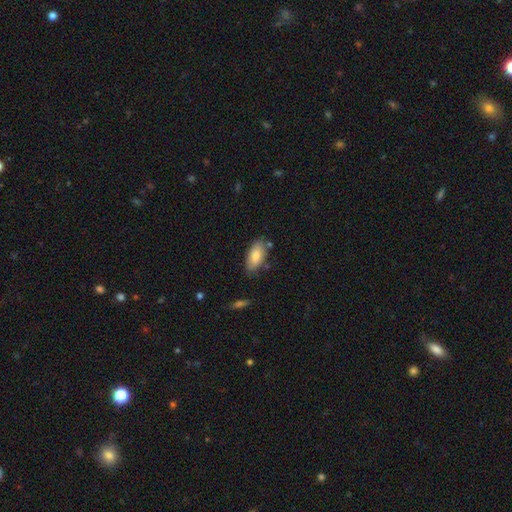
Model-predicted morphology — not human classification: This appears to be a smooth galaxy with no disk features (81%) that is in between round and cigar-shaped (90%). Merging: none (75%).